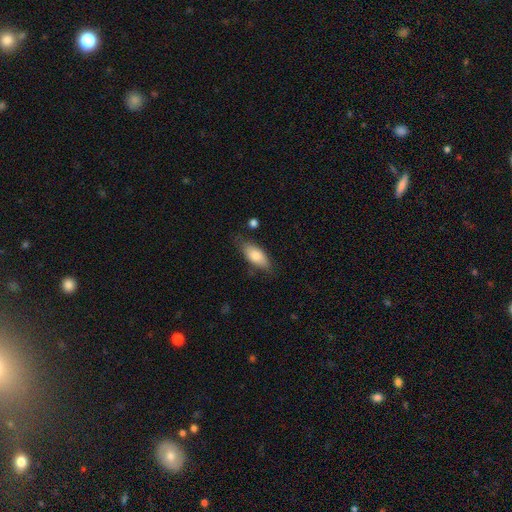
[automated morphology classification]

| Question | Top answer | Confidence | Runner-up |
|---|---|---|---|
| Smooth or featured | smooth | 80% | featured or disk (14%) |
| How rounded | in between | 82% | cigar-shaped (15%) |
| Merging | none | 73% | minor disturbance (20%) |